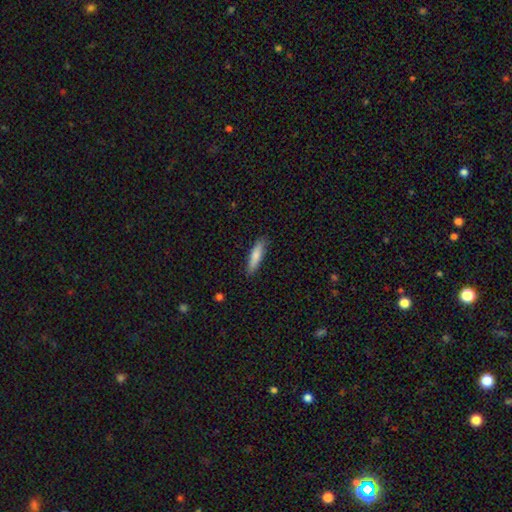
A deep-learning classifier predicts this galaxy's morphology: This appears to be a smooth galaxy with no disk features (79%) that is cigar-shaped (76%). Merging: none (85%).